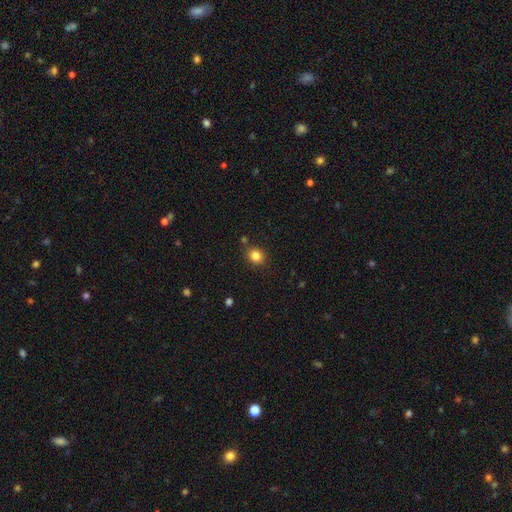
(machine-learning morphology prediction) The model was most divided on "how rounded": round: 77%, in between: 22%, cigar-shaped: 1%. More confident: smooth or featured — smooth (83%); merging — none (82%).